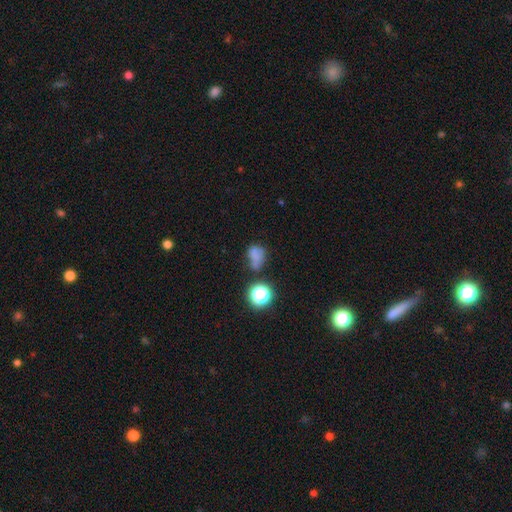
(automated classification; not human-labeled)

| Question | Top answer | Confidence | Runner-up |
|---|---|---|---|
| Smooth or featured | smooth | 61% | star or artifact (21%) |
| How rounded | in between | 54% | round (44%) |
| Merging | none | 41% | minor disturbance (23%) |